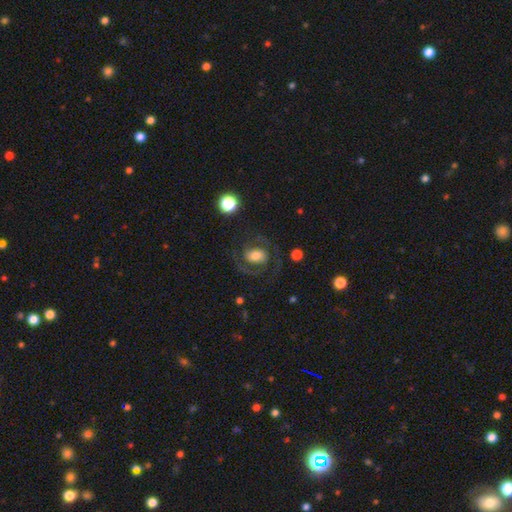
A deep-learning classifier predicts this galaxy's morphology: Smooth or featured? Predicted: featured or disk (p=0.72). Edge-on disk? Predicted: no (p=0.98). Bar? Predicted: no (p=0.44). Spiral arms? Predicted: yes (p=0.89). Spiral winding? Predicted: medium (p=0.55). Spiral arm count? Predicted: 2 (p=0.88). Bulge size? Predicted: moderate (p=0.53). Merging? Predicted: none (p=0.72).